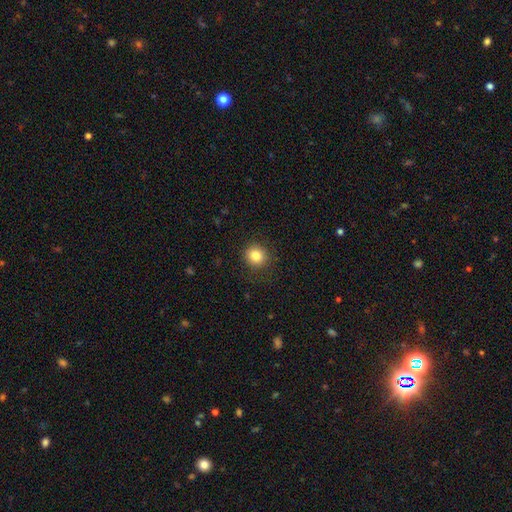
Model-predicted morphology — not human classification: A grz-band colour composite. It shows a smooth galaxy with no disk features (83%) that is round (89%). Merging: none (88%).